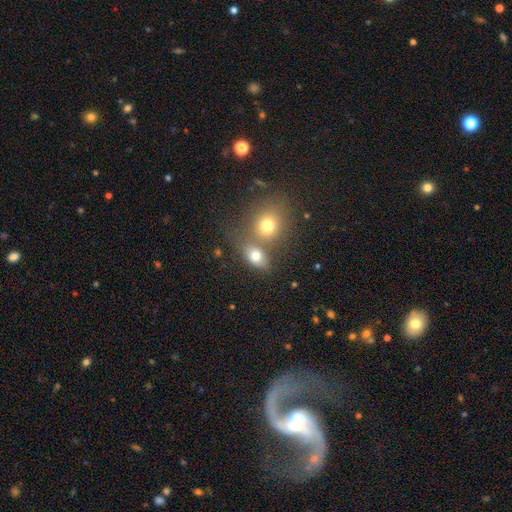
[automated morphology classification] type=smooth (74%); roundness=in between (65%); merging=none (48%).